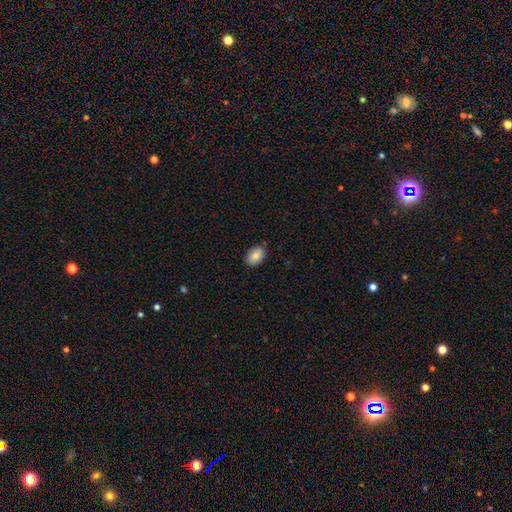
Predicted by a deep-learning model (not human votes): Smooth or featured?
  - smooth: 86% *
  - star or artifact: 7%
  - featured or disk: 7%
How rounded?
  - in between: 83% *
  - round: 16%
  - cigar-shaped: 1%
Merging?
  - none: 87% *
  - minor disturbance: 10%
  - major disturbance: 2%
  - merger: 1%